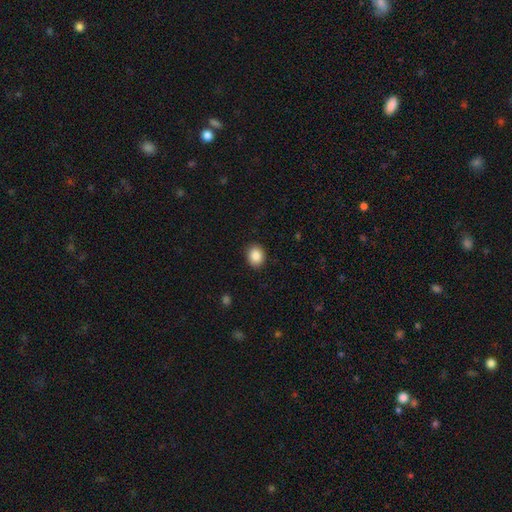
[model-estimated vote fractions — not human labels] Smooth or featured: smooth — 88% (star or artifact — 8%)
How rounded: round — 52% (in between — 47%)
Merging: none — 90% (minor disturbance — 7%)